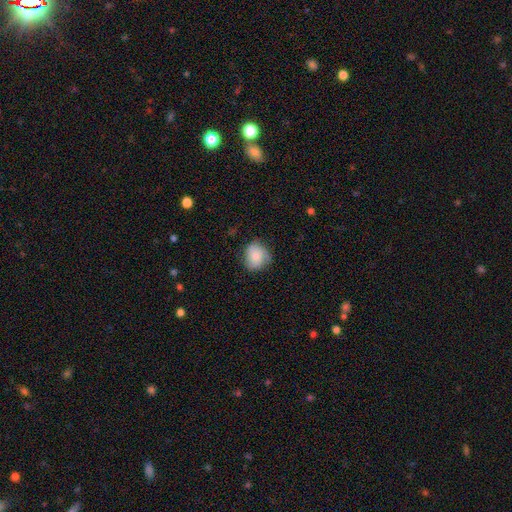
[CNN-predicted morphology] smooth_or_featured: smooth (p=0.74) [alt: featured or disk p=0.19]
how_rounded: round (p=0.77) [alt: in between p=0.23]
merging: none (p=0.67) [alt: minor disturbance p=0.25]